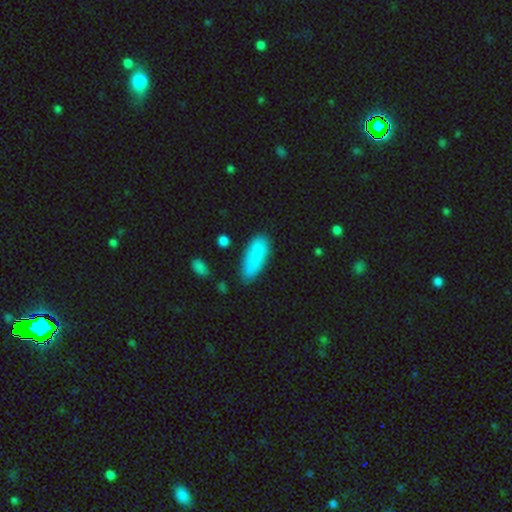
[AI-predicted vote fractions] Smooth or featured? Predicted: smooth (p=0.87). How rounded? Predicted: in between (p=0.65). Merging? Predicted: none (p=0.70).